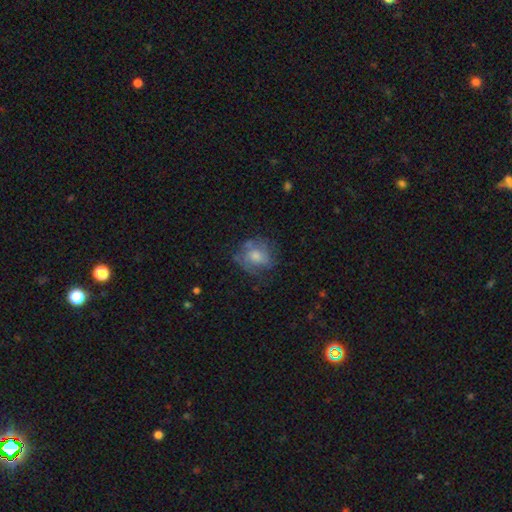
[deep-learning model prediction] This is possibly a smooth galaxy (47%). Merging: possibly none (56%).